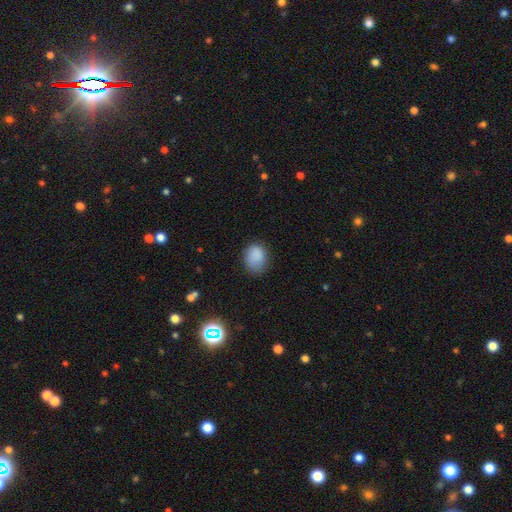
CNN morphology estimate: The model was most divided on "how rounded": in between: 52%, round: 47%, cigar-shaped: 1%. More confident: smooth or featured — smooth (86%); merging — none (64%).